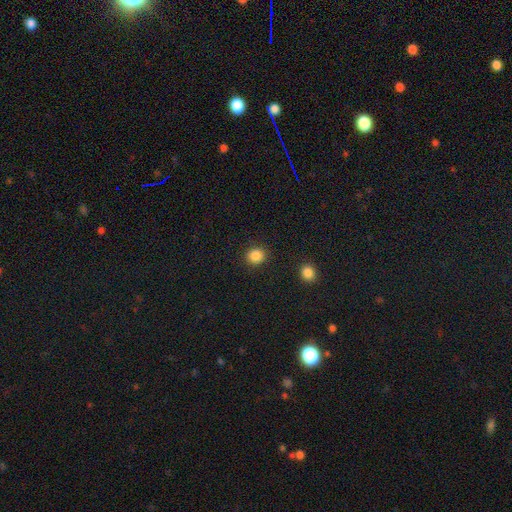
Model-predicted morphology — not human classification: smooth_or_featured: smooth (p=0.87) [alt: star or artifact p=0.10]
how_rounded: round (p=0.85) [alt: in between p=0.14]
merging: none (p=0.90) [alt: minor disturbance p=0.06]